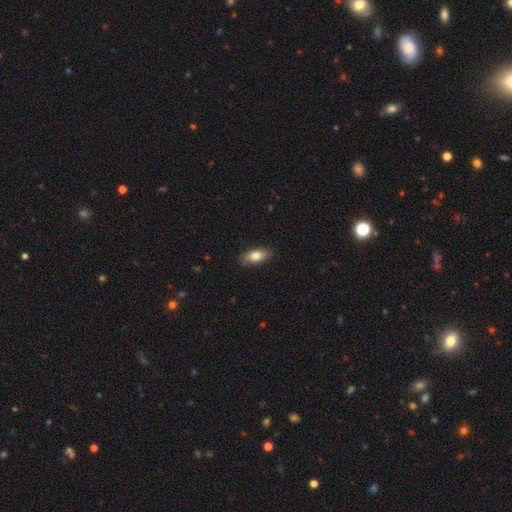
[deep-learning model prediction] Smooth or featured? Predicted: smooth (p=0.82). How rounded? Predicted: in between (p=0.87). Merging? Predicted: none (p=0.86).